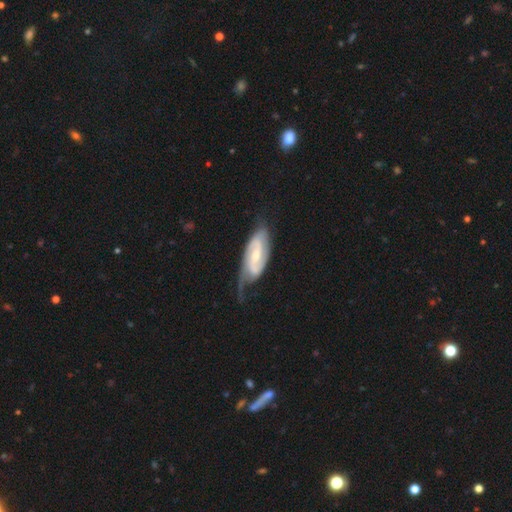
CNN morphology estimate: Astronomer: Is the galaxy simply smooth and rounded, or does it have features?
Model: featured or disk — 82%.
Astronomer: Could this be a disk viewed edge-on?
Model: no — 93%.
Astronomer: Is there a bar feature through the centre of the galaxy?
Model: weak — 46% (runner-up: no, 28%).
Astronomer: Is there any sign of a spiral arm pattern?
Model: yes — 95%.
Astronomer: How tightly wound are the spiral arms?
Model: medium — 44% (runner-up: tight, 33%).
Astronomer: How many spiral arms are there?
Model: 2 — 81%.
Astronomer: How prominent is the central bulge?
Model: small — 49% (runner-up: moderate, 43%).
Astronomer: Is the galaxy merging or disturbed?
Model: none — 49% (runner-up: minor disturbance, 30%).